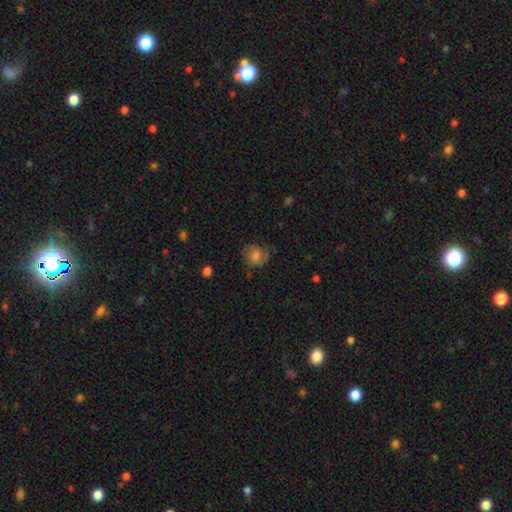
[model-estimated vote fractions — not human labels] Smooth or featured: smooth — 55% (featured or disk — 35%)
How rounded: round — 70% (in between — 28%)
Merging: none — 59% (minor disturbance — 24%)